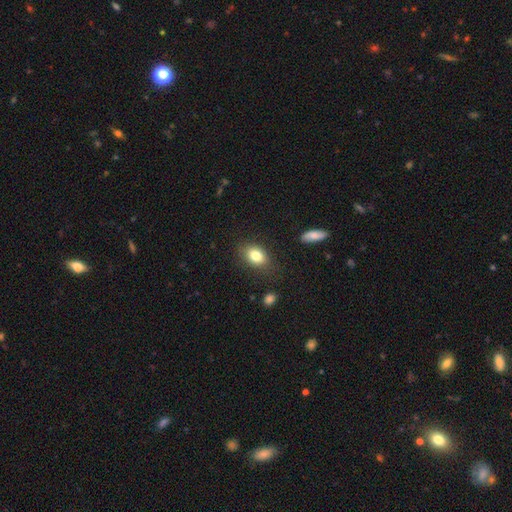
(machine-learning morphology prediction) Smooth or featured? smooth (81%)
How rounded? in between (80%)
Merging? none (82%)